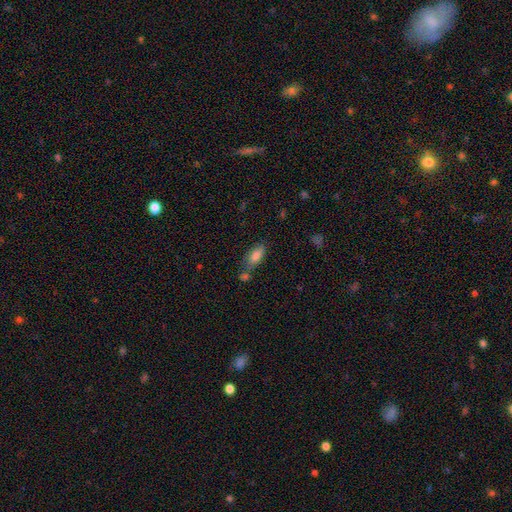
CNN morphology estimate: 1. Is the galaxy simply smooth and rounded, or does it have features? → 82% smooth, 9% featured or disk, 8% star or artifact.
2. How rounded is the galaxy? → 81% in between, 17% cigar-shaped, 3% round.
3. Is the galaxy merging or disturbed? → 56% none, 21% merger, 17% minor disturbance, 6% major disturbance.